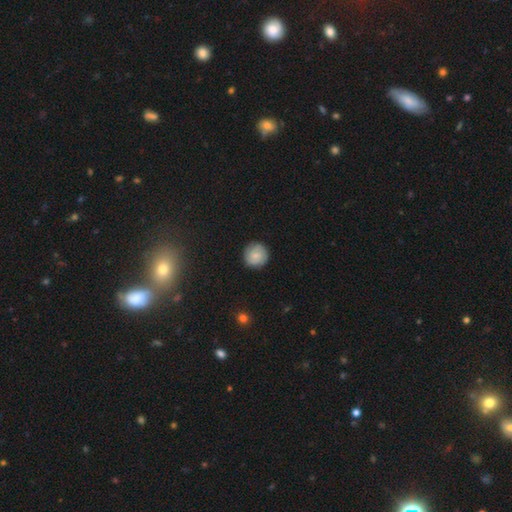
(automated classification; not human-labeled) Smooth or featured? Predicted: smooth (p=0.65). How rounded? Predicted: round (p=0.92). Merging? Predicted: none (p=0.86).